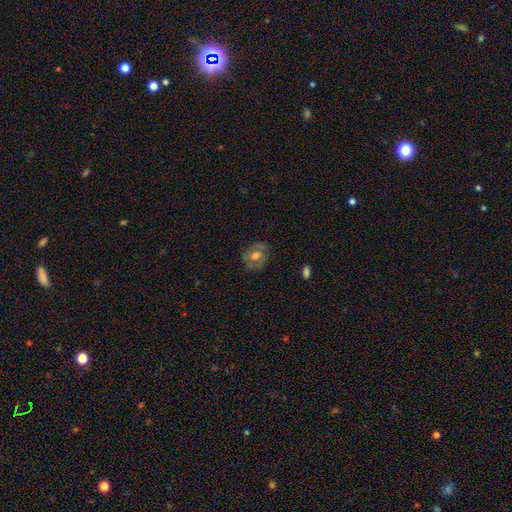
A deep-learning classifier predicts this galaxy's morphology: Smooth or featured: smooth — 48% (featured or disk — 42%)
Merging: none — 76% (minor disturbance — 17%)